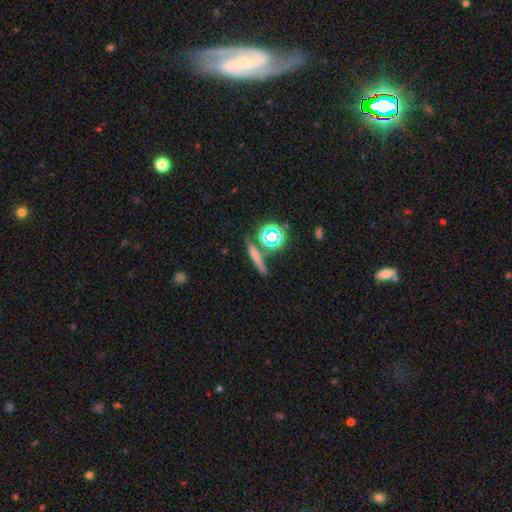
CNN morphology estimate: The model was most divided on "smooth or featured": smooth: 57%, featured or disk: 22%, star or artifact: 21%. More confident: how rounded — cigar-shaped (76%); merging — none (76%).